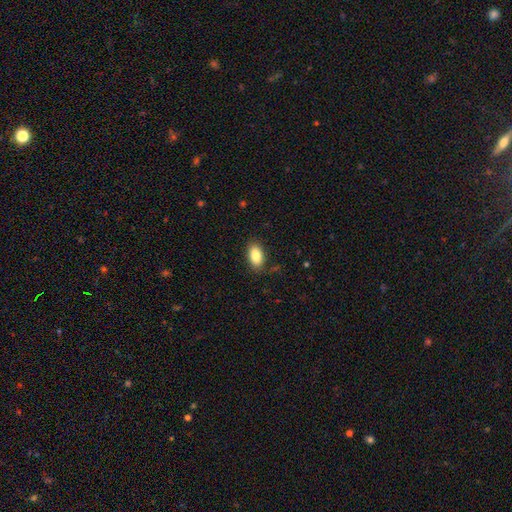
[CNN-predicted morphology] A smooth galaxy with no disk features (85%) that is in between round and cigar-shaped (93%).

Vote fractions:
- Smooth or featured? smooth: 85% / featured or disk: 7% / star or artifact: 7%
- How rounded? in between: 93% / round: 5% / cigar-shaped: 3%
- Merging? none: 86% / minor disturbance: 10% / major disturbance: 3% / merger: 1%